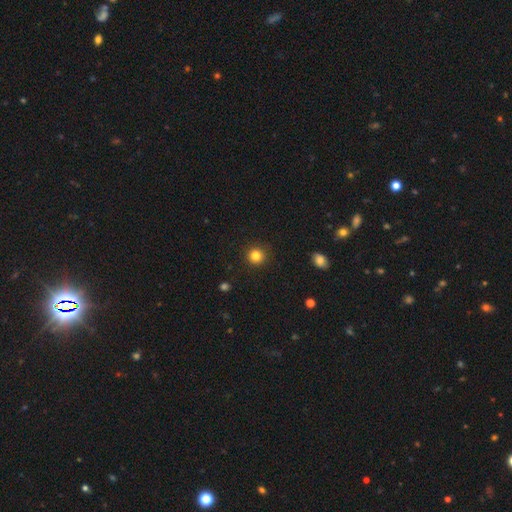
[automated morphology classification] smooth-or-featured: smooth: 84% | star or artifact: 12% | featured or disk: 5%
  how-rounded: round: 93% | in between: 6% | cigar-shaped: 1%
  merging: none: 91% | minor disturbance: 6% | major disturbance: 2% | merger: 1%